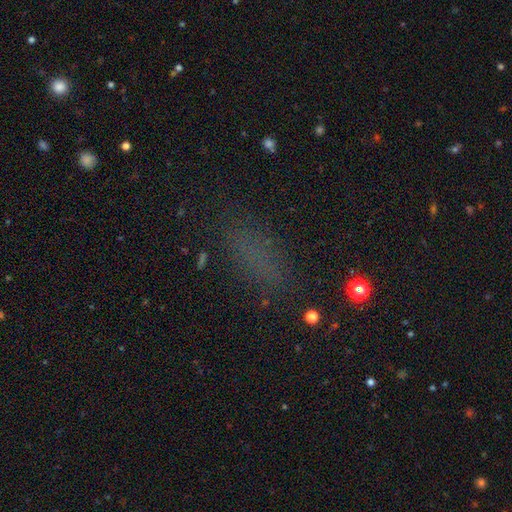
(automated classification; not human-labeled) The model was most divided on "smooth or featured": smooth: 63%, star or artifact: 27%, featured or disk: 10%. More confident: merging — none (78%); how rounded — in between (65%).